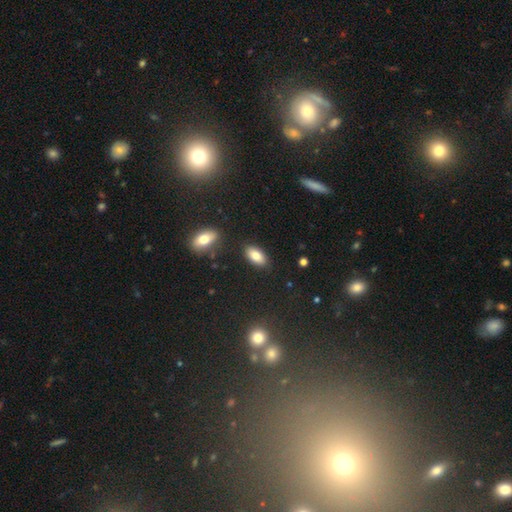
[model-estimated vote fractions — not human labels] smooth_or_featured: smooth (p=0.83) [alt: featured or disk p=0.09]
how_rounded: in between (p=0.92) [alt: cigar-shaped p=0.04]
merging: none (p=0.85) [alt: minor disturbance p=0.09]